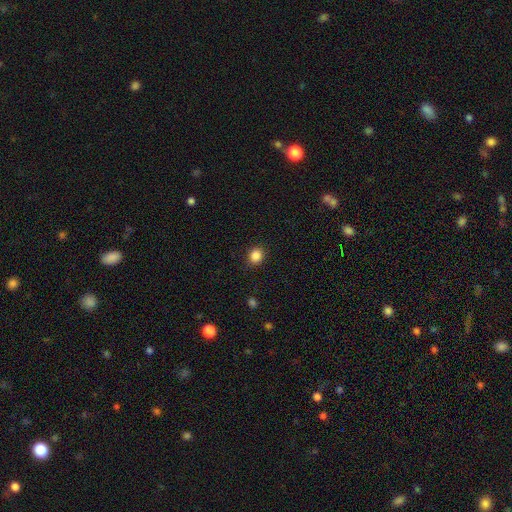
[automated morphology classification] Smooth or featured?
  - smooth: 86% *
  - star or artifact: 11%
  - featured or disk: 4%
How rounded?
  - round: 78% *
  - in between: 21%
  - cigar-shaped: 1%
Merging?
  - none: 89% *
  - minor disturbance: 8%
  - major disturbance: 2%
  - merger: 1%